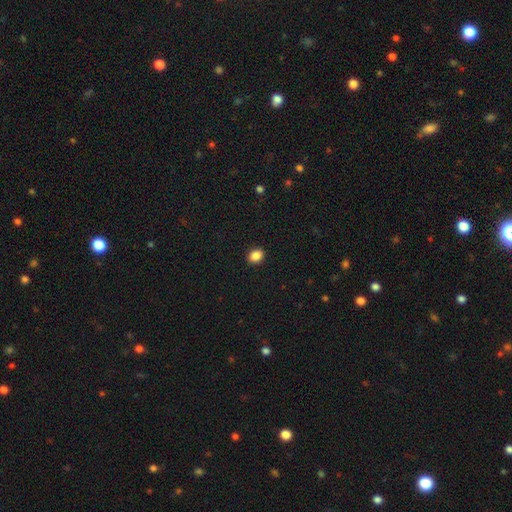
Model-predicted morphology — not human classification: Q: Smooth or featured?
A: smooth (88%); runner-up: star or artifact (9%)
Q: How rounded?
A: round (50%); runner-up: in between (49%)
Q: Merging?
A: none (91%); runner-up: minor disturbance (6%)